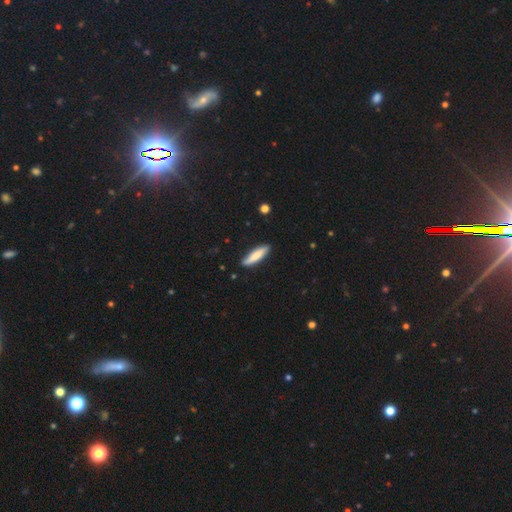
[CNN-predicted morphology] The model was most divided on "how rounded": cigar-shaped: 75%, in between: 23%, round: 1%. More confident: merging — none (88%); smooth or featured — smooth (78%).